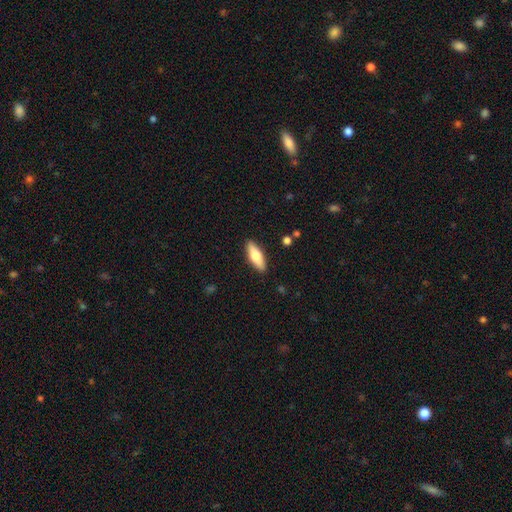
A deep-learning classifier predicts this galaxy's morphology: Smooth or featured? Predicted: smooth (p=0.65). How rounded? Predicted: in between (p=0.56). Merging? Predicted: none (p=0.89).